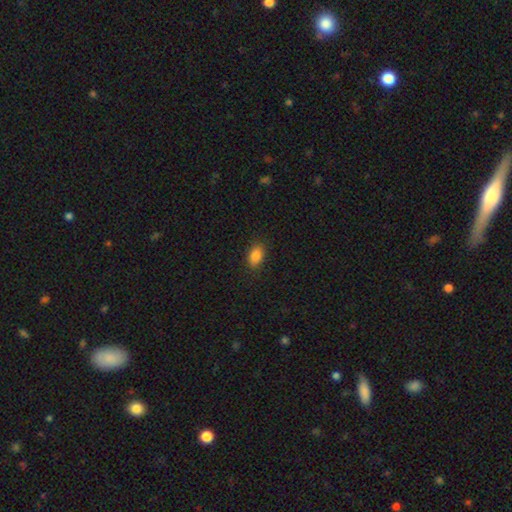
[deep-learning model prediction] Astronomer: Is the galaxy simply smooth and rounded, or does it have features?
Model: smooth — 87%.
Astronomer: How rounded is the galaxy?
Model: in between — 88%.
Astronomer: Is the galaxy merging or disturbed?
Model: none — 86%.